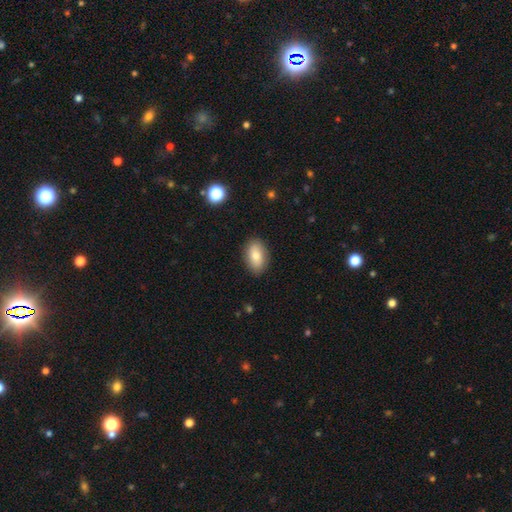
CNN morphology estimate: This is likely a smooth galaxy (78%). How rounded: clearly in between (90%). Merging: clearly none (86%).